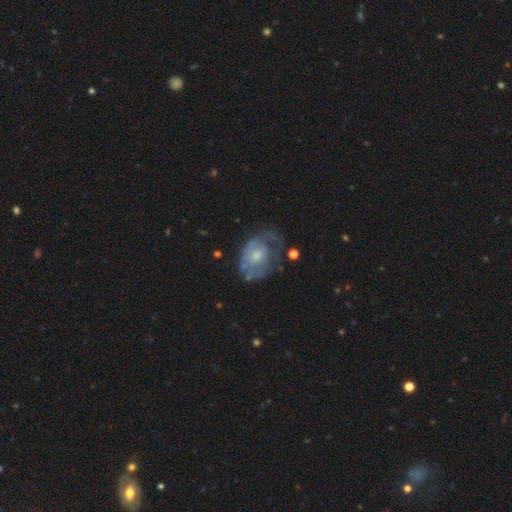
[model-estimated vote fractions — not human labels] smooth_or_featured: featured or disk (p=0.68) [alt: smooth p=0.25]
disk_edge_on: no (p=0.97) [alt: yes p=0.03]
bar: no (p=0.66) [alt: weak p=0.30]
has_spiral_arms: yes (p=0.70) [alt: no p=0.30]
bulge_size: small (p=0.43) [alt: moderate p=0.42]
merging: none (p=0.49) [alt: minor disturbance p=0.25]